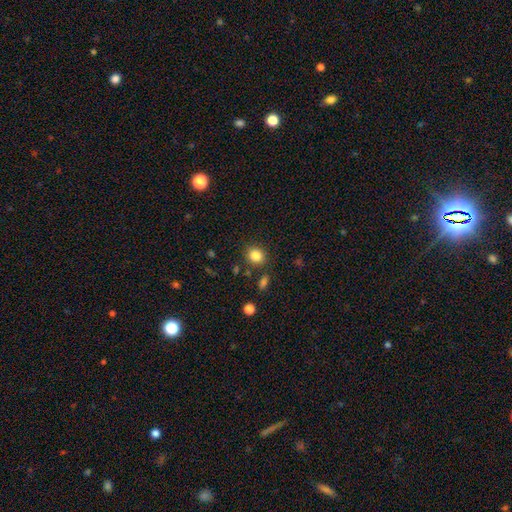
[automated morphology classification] Smooth or featured? smooth (85%)
How rounded? round (70%)
Merging? none (84%)